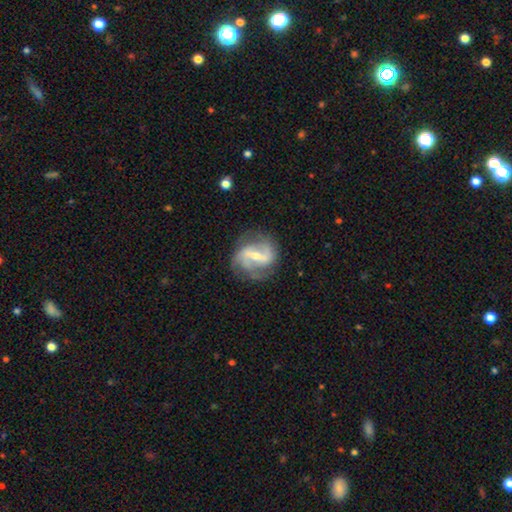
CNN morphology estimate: A featured or disk galaxy (84%) with a strong bar (51%), 2 (75%) medium (47%) spiral arms (91%) and a moderate central bulge (50%).

Vote fractions:
- Smooth or featured? featured or disk: 84% / smooth: 11% / star or artifact: 6%
- Edge-on disk? no: 96% / yes: 4%
- Bar? strong: 51% / weak: 38% / no: 11%
- Spiral arms? yes: 91% / no: 9%
- Spiral winding? medium: 47% / loose: 27% / tight: 26%
- Spiral arm count? 2: 75% / can't tell: 11% / 3: 7% / 1: 3% / 4: 2% / more than 4: 2%
- Bulge size? moderate: 50% / small: 45% / large: 3% / none: 2% / dominant: 1%
- Merging? none: 69% / minor disturbance: 19% / major disturbance: 10% / merger: 2%